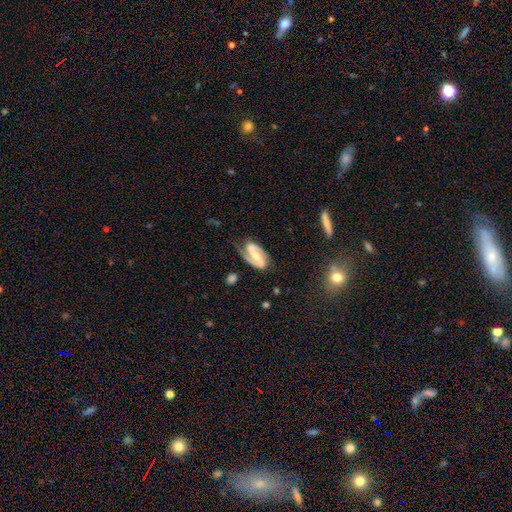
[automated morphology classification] Smooth or featured? Predicted: featured or disk (p=0.87). Edge-on disk? Predicted: no (p=0.96). Bar? Predicted: strong (p=0.52). Spiral arms? Predicted: yes (p=0.96). Spiral winding? Predicted: medium (p=0.48). Spiral arm count? Predicted: 2 (p=0.88). Bulge size? Predicted: small (p=0.47). Merging? Predicted: none (p=0.71).